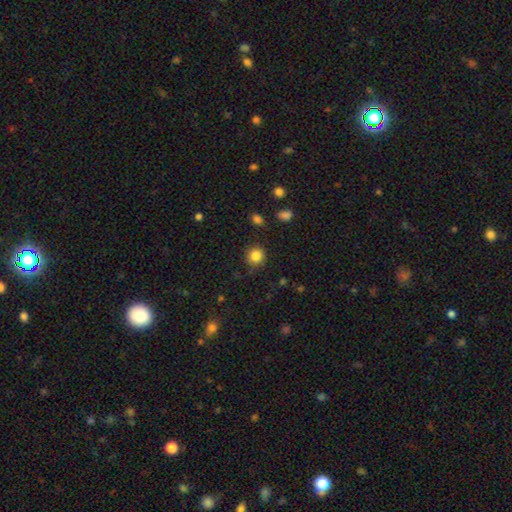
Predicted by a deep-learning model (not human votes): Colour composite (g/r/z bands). It shows a smooth galaxy with no disk features (85%) that is round (89%). Merging: none (84%).